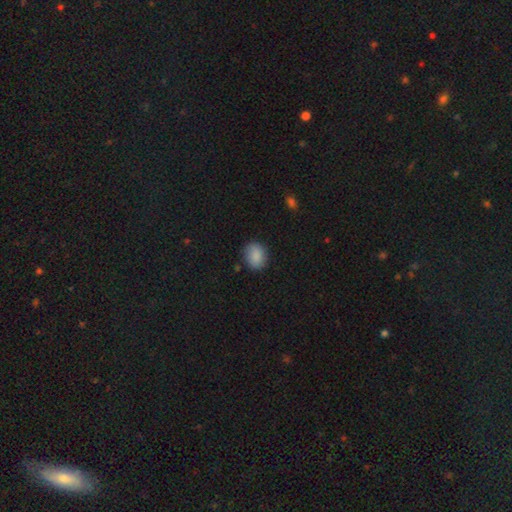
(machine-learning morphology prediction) The model was most divided on "how rounded": round: 51%, in between: 48%, cigar-shaped: 1%. More confident: smooth or featured — smooth (87%); merging — none (83%).